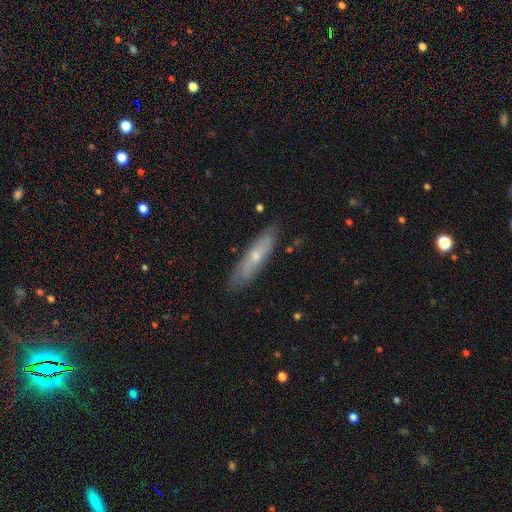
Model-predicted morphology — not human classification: This is possibly a smooth galaxy (47%). Merging: likely none (80%).